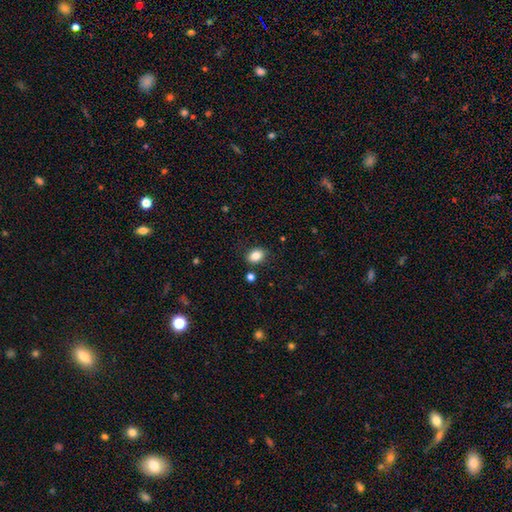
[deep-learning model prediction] Smooth or featured? Predicted: smooth (p=0.85). How rounded? Predicted: in between (p=0.76). Merging? Predicted: none (p=0.84).